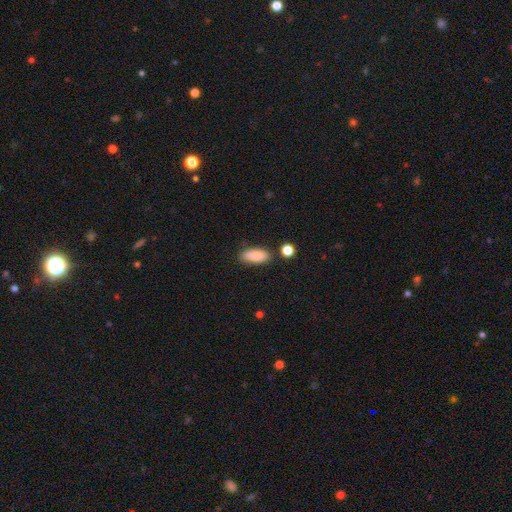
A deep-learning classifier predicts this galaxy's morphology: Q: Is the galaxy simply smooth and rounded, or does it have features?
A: smooth — 87%.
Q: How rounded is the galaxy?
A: in between — 83%.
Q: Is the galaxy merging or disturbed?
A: none — 78%.